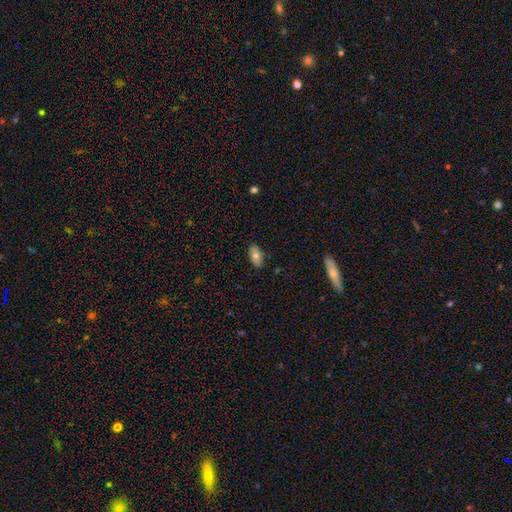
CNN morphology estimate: Smooth or featured? smooth (72%)
How rounded? in between (90%)
Merging? none (85%)